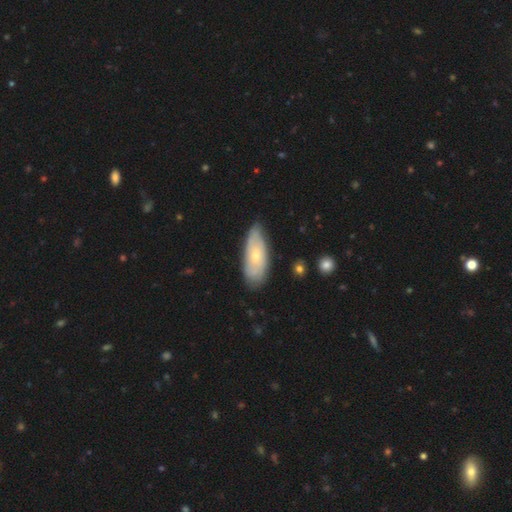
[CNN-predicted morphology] This appears to be a smooth galaxy with no disk features (52%) that is in between round and cigar-shaped (77%). Merging: none (74%).